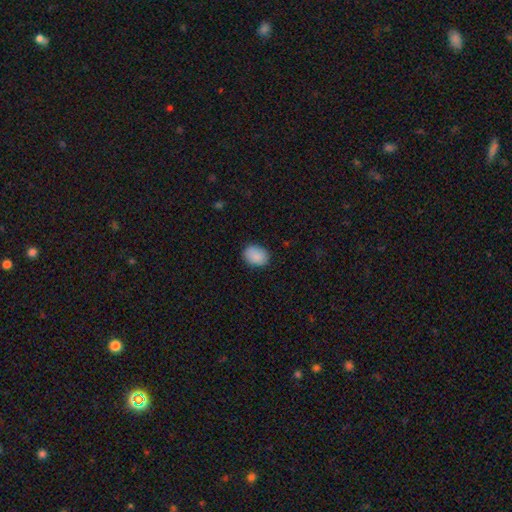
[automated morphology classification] Overall: smooth (89%). How rounded: in between (66%; round 33%). Merging: none (84%).